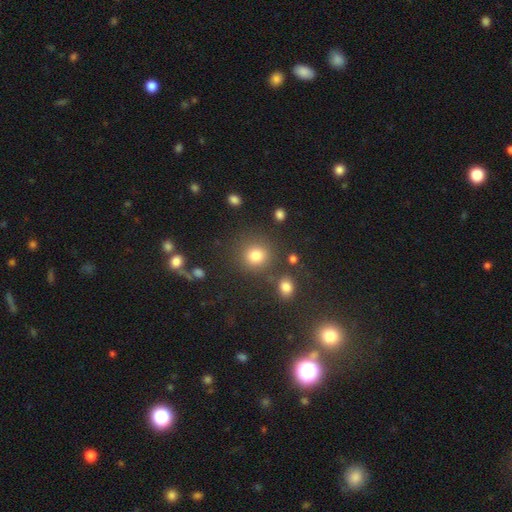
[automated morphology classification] Overall: smooth (80%). How rounded: round (88%). Merging: none (78%).